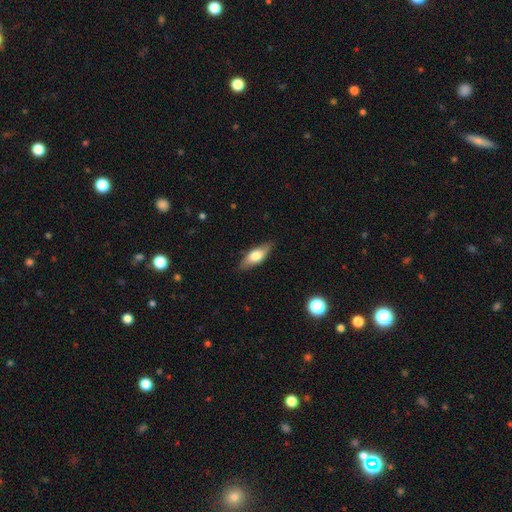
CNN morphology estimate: Q: Smooth or featured?
A: smooth (66%); runner-up: featured or disk (28%)
Q: How rounded?
A: in between (68%); runner-up: cigar-shaped (29%)
Q: Merging?
A: none (85%); runner-up: minor disturbance (12%)